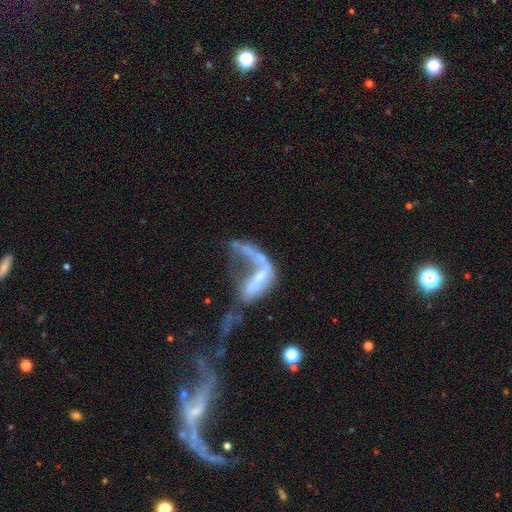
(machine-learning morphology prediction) A featured or disk galaxy (56%). Merging: major disturbance (44%).